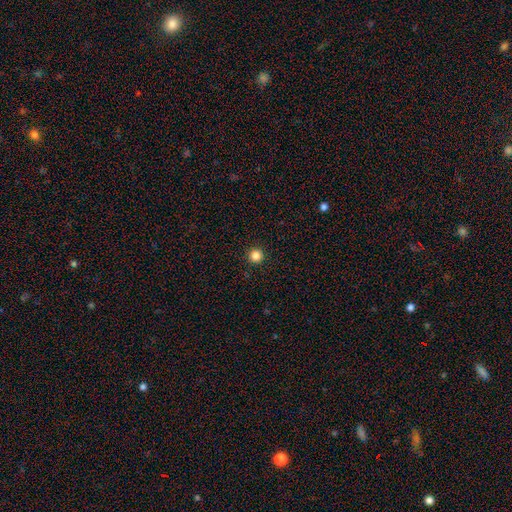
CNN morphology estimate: Smooth or featured? smooth (85%)
How rounded? round (96%)
Merging? none (94%)